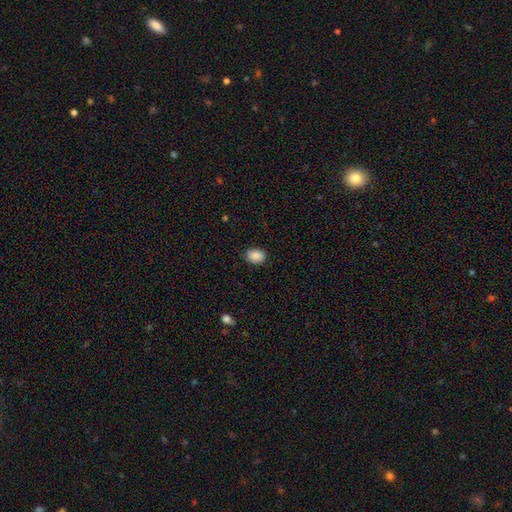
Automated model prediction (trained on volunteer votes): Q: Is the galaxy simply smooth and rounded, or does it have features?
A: smooth — 89%.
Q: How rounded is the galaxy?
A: in between — 68%.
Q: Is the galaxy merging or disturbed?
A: none — 85%.